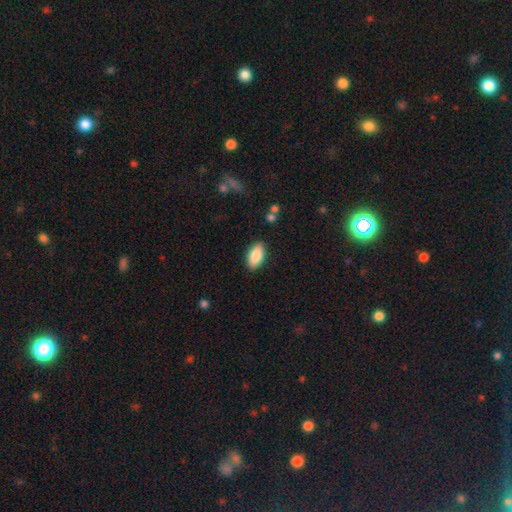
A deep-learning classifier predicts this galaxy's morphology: Overall: smooth (86%). How rounded: in between (92%). Merging: none (88%).